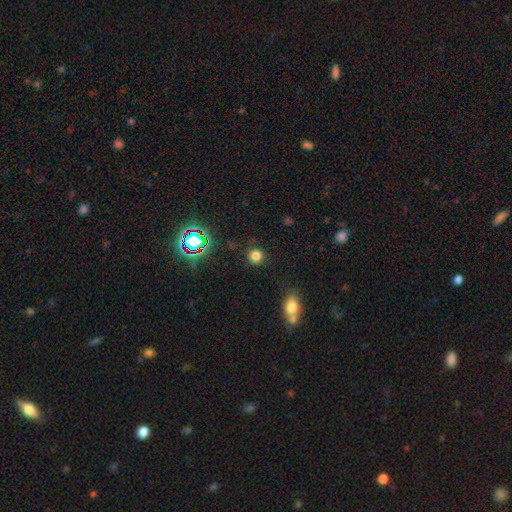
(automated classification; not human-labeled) Q: Smooth or featured?
A: smooth (77%); runner-up: star or artifact (18%)
Q: How rounded?
A: round (91%); runner-up: in between (8%)
Q: Merging?
A: none (88%); runner-up: minor disturbance (7%)